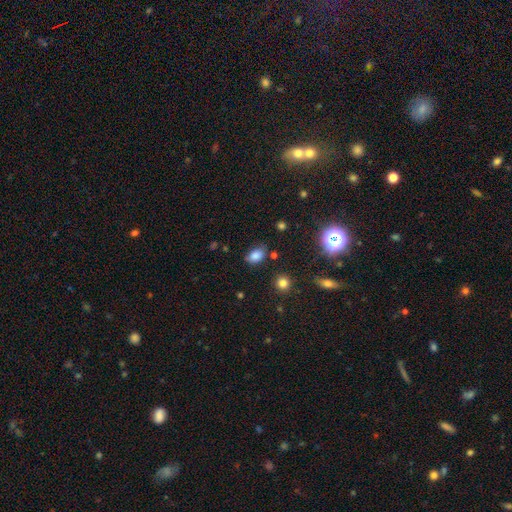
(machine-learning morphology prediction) type=smooth (80%); roundness=in between (86%); merging=none (72%).